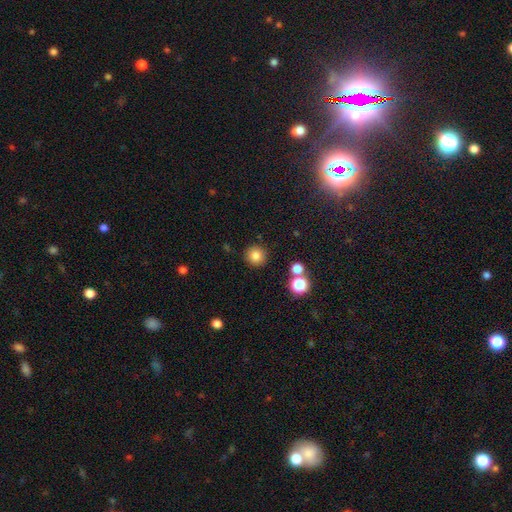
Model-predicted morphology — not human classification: Smooth or featured? smooth (82%)
How rounded? round (94%)
Merging? none (88%)